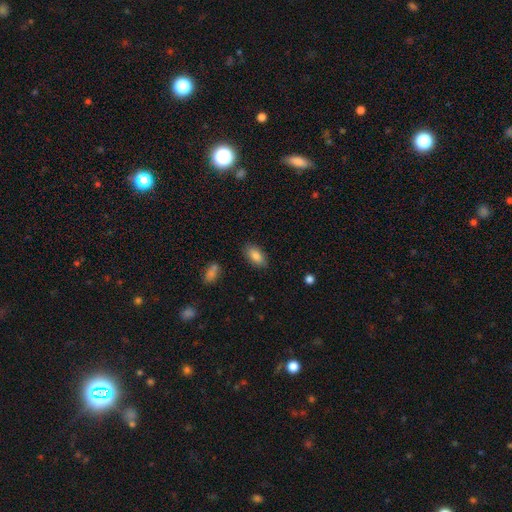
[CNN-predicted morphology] This appears to be a smooth galaxy with no disk features (86%) that is in between round and cigar-shaped (91%). Merging: none (85%).